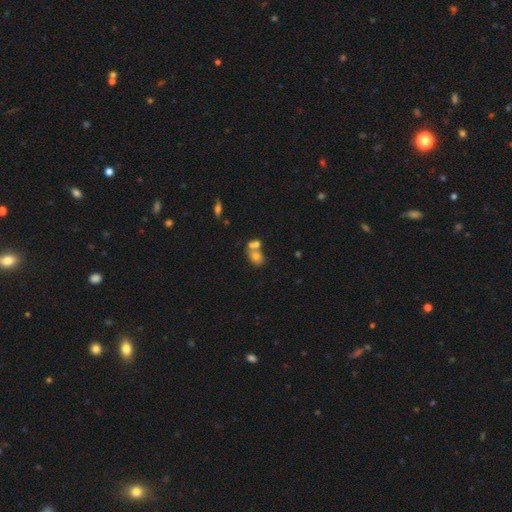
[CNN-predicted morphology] A smooth galaxy with no disk features (68%) that is in between round and cigar-shaped (55%).

Vote fractions:
- Smooth or featured? smooth: 68% / featured or disk: 20% / star or artifact: 12%
- How rounded? in between: 55% / round: 43% / cigar-shaped: 1%
- Merging? merger: 55% / none: 32% / minor disturbance: 9% / major disturbance: 4%